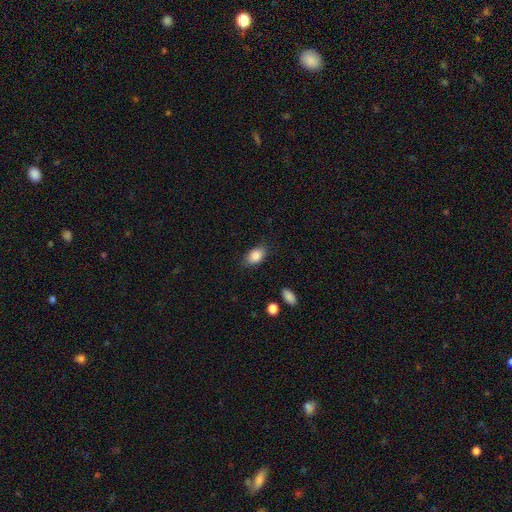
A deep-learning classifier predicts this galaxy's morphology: This is clearly a smooth galaxy (87%). How rounded: clearly in between (86%). Merging: likely none (80%).